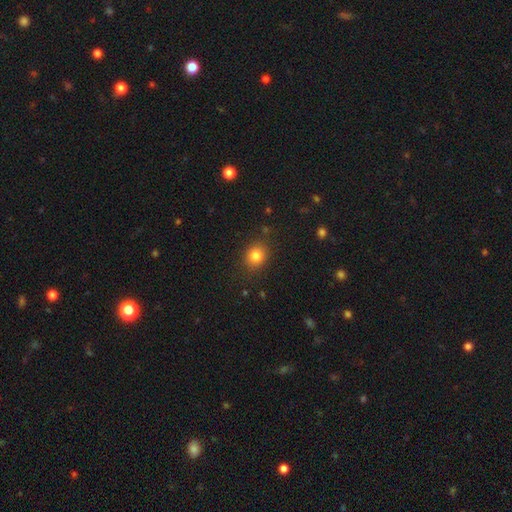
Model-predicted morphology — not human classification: Overall: smooth (82%). How rounded: round (71%). Merging: none (86%).